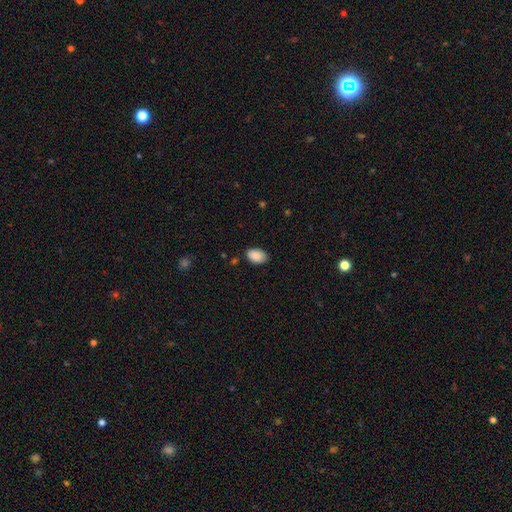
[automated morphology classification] A smooth galaxy with no disk features (90%) that is in between round and cigar-shaped (89%). Merging: none (82%).